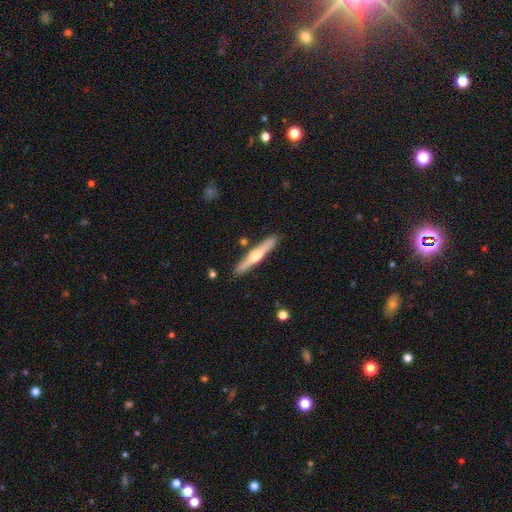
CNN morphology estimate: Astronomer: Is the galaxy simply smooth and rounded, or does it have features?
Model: featured or disk — 62%.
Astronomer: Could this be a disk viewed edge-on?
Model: yes — 97%.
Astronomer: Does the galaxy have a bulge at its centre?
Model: rounded — 92%.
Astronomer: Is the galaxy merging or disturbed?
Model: none — 88%.